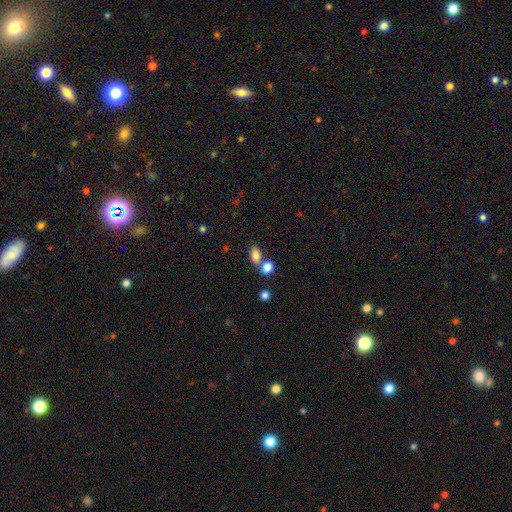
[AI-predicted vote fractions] Morphology: type=smooth (82%); roundness=in between (82%); merging=none (55%).